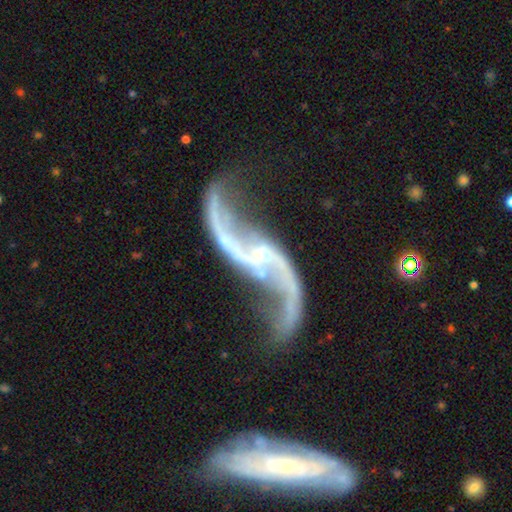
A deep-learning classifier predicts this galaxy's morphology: type=featured or disk (91%); edge-on=no (94%); bar=no (40%); spiral arms=yes (95%); winding=loose (92%); arm count=2 (93%); bulge=small (55%); merging=none (47%).